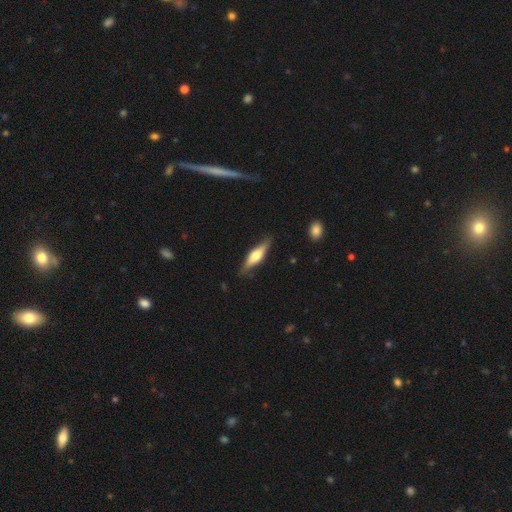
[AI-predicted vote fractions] Smooth or featured? Predicted: featured or disk (p=0.53). Edge-on disk? Predicted: yes (p=0.92). Merging? Predicted: none (p=0.83).